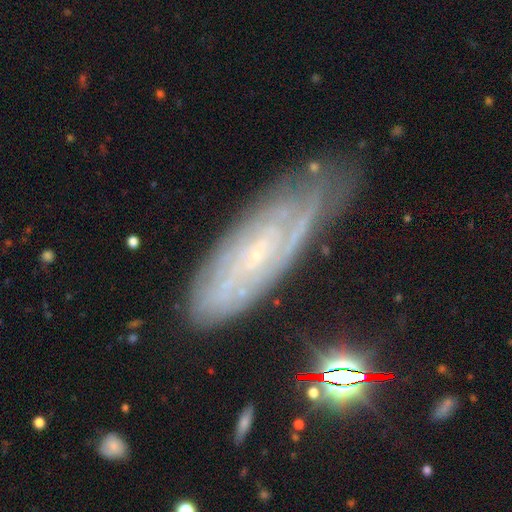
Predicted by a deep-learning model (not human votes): Smooth or featured? Predicted: featured or disk (p=0.73). Edge-on disk? Predicted: no (p=0.82). Bar? Predicted: no (p=0.58). Spiral arms? Predicted: yes (p=0.86). Spiral winding? Predicted: tight (p=0.68). Spiral arm count? Predicted: can't tell (p=0.62). Bulge size? Predicted: small (p=0.81). Merging? Predicted: none (p=0.65).